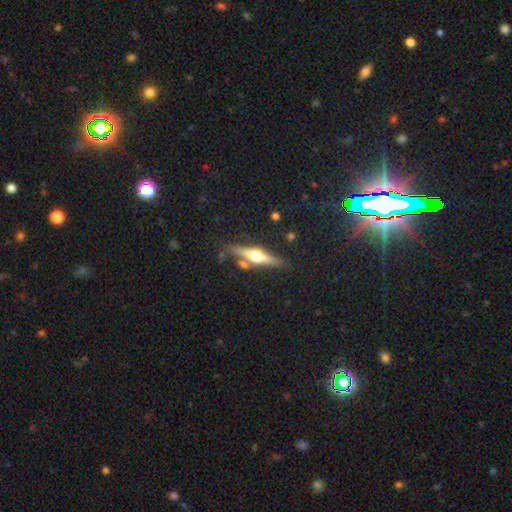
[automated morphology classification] type=featured or disk (70%); edge-on=yes (96%); edge-on bulge=rounded (93%); merging=none (77%).